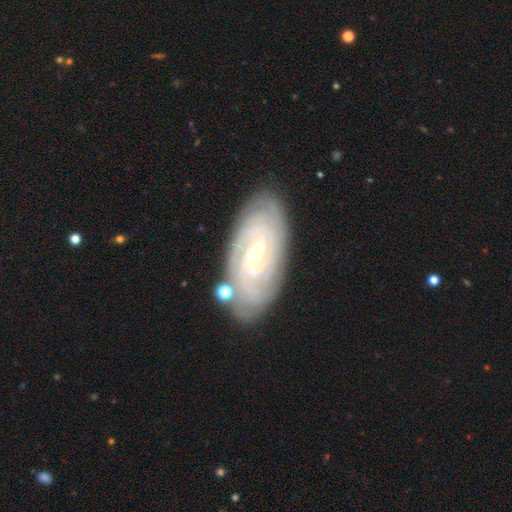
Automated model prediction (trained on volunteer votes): featured or disk 85%, smooth 9%, star or artifact 5%. Down the decision tree: edge-on disk — no (95%); bar — weak (44%); spiral arms — yes (96%); spiral arm count — can't tell (35%); spiral winding — tight (79%); bulge size — small (77%); merging — none (81%).